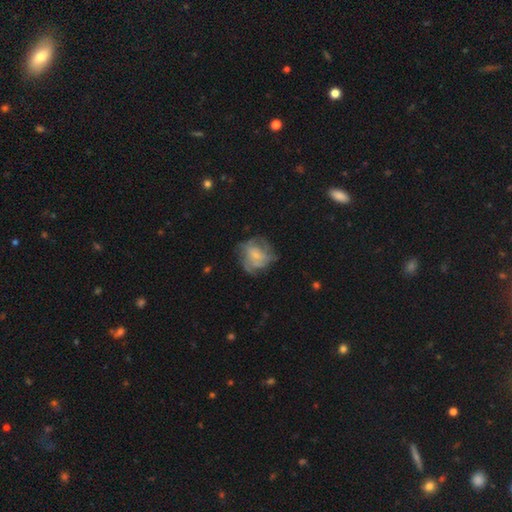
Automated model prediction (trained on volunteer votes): Smooth or featured? featured or disk (60%)
Edge-on disk? no (98%)
Bar? no (72%)
Spiral arms? yes (74%)
Bulge size? small (67%)
Merging? none (58%)